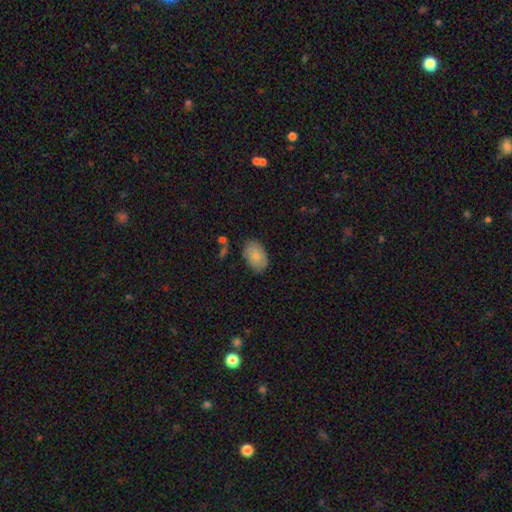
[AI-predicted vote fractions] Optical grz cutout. It shows a smooth galaxy with no disk features (81%) that is in between round and cigar-shaped (91%). Merging: none (79%).